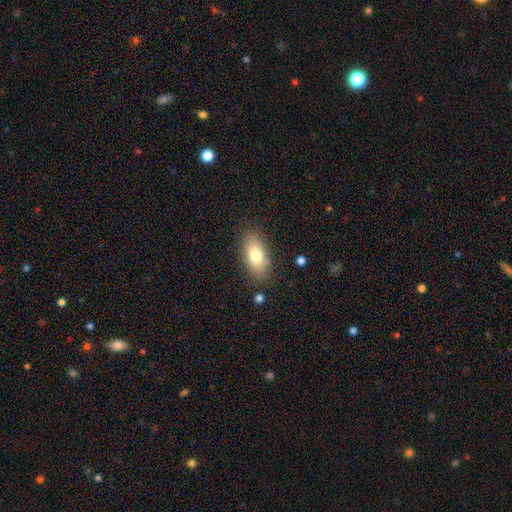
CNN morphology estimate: Smooth or featured?
  - smooth: 75% *
  - featured or disk: 17%
  - star or artifact: 8%
How rounded?
  - in between: 88% *
  - round: 6%
  - cigar-shaped: 6%
Merging?
  - none: 83% *
  - minor disturbance: 12%
  - major disturbance: 4%
  - merger: 2%